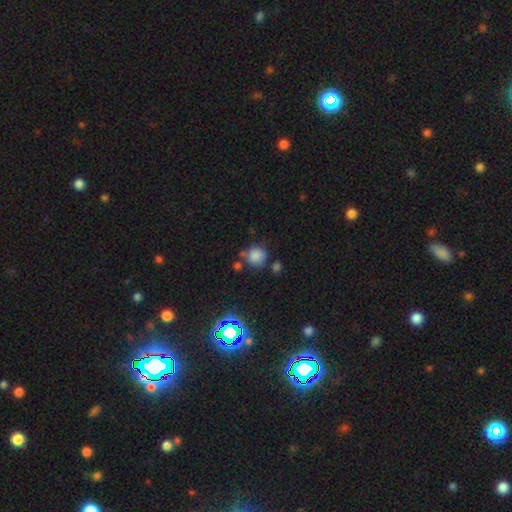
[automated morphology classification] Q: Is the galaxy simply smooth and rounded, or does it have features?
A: smooth — 79%.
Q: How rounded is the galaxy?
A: round — 87%.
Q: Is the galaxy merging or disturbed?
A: none — 62%.